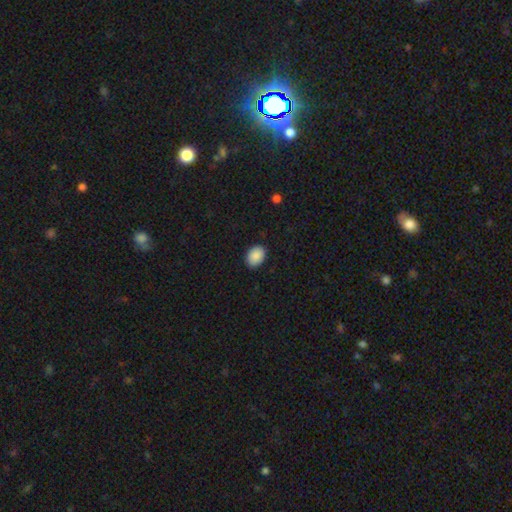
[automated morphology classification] This is clearly a smooth galaxy (90%). How rounded: likely in between (76%). Merging: clearly none (89%).